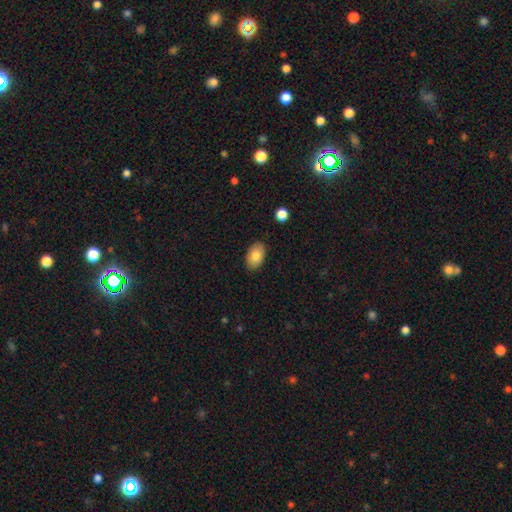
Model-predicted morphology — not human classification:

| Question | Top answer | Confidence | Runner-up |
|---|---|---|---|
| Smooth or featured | smooth | 83% | featured or disk (10%) |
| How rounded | in between | 90% | round (9%) |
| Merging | none | 87% | minor disturbance (10%) |